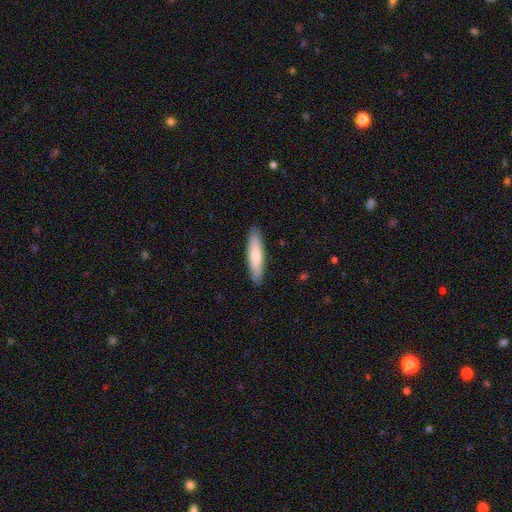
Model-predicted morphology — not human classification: type=smooth (70%); roundness=cigar-shaped (75%); merging=none (89%).